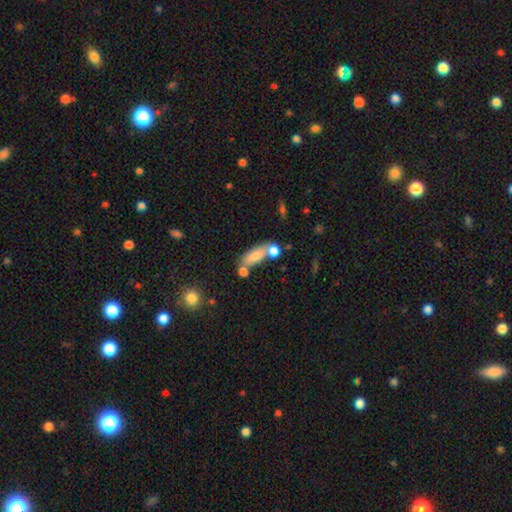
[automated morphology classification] This is likely a smooth galaxy (74%). How rounded: likely in between (69%). Merging: marginally none (44%).